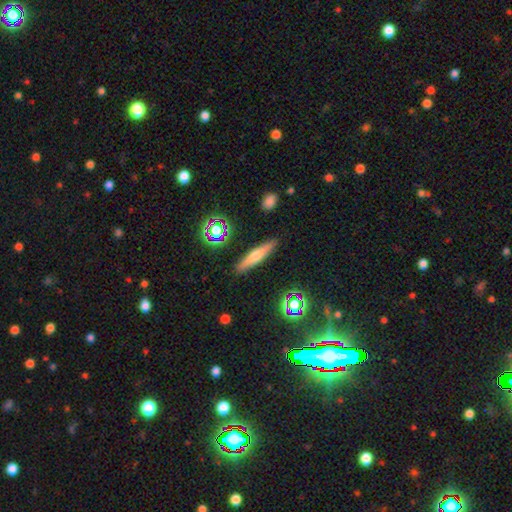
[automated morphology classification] A smooth galaxy with no disk features (50%) that is cigar-shaped (85%).

Vote fractions:
- Smooth or featured? smooth: 50% / featured or disk: 40% / star or artifact: 10%
- How rounded? cigar-shaped: 85% / in between: 12% / round: 3%
- Merging? none: 89% / minor disturbance: 8% / major disturbance: 2% / merger: 2%